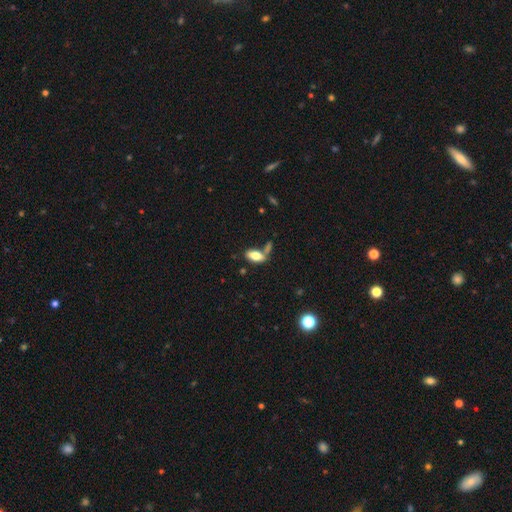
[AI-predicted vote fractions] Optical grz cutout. It shows a smooth galaxy with no disk features (75%) that is in between round and cigar-shaped (89%). Merging: none (45%).